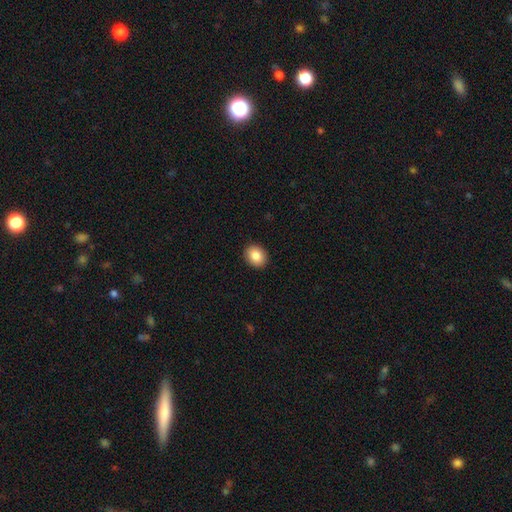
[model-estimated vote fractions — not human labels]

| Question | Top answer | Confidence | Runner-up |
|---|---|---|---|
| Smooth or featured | smooth | 86% | star or artifact (8%) |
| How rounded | round | 52% | in between (47%) |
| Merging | none | 92% | minor disturbance (6%) |